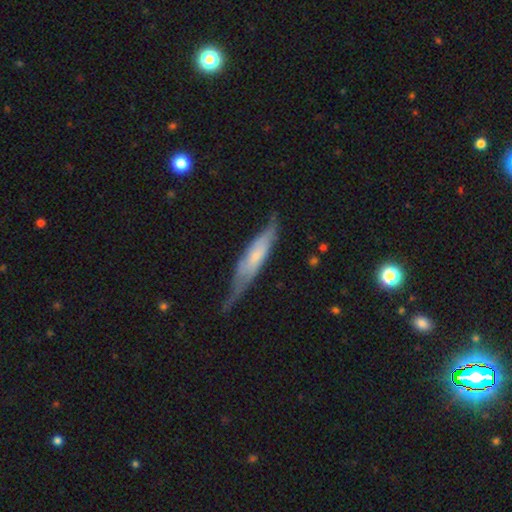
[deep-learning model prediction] Overall: featured or disk (48%; smooth 46%). Merging: none (45%; minor disturbance 36%).